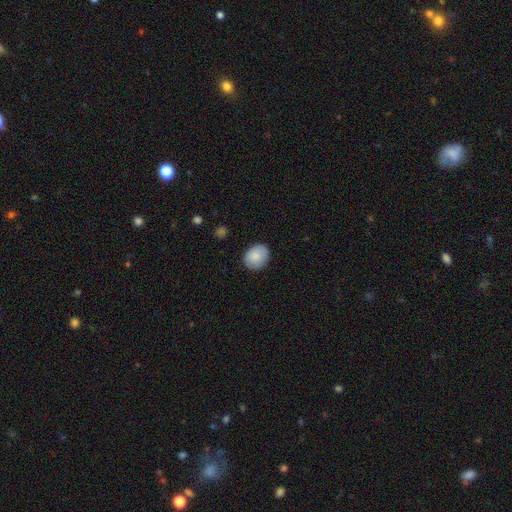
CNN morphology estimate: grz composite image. It shows a smooth galaxy with no disk features (86%) that is round (54%). Merging: none (85%).